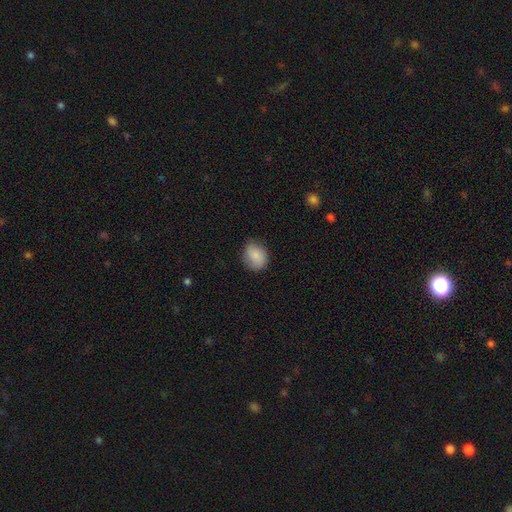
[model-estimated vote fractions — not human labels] Morphology: type=smooth (84%); roundness=round (53%); merging=none (75%).